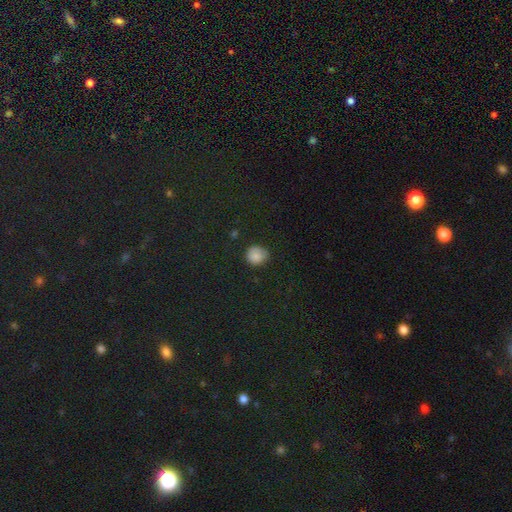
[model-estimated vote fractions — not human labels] Smooth or featured? Predicted: smooth (p=0.83). How rounded? Predicted: round (p=0.85). Merging? Predicted: none (p=0.76).